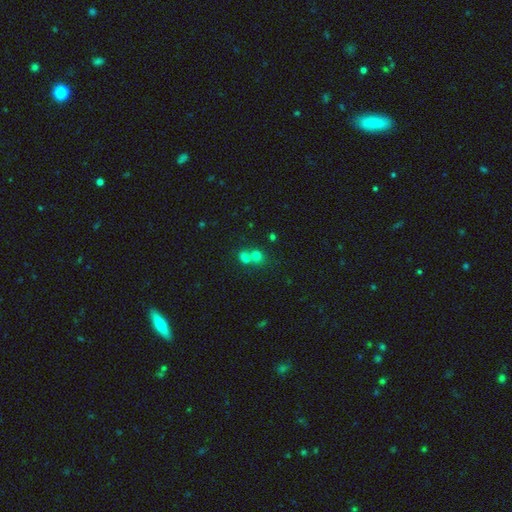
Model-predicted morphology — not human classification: type=smooth (71%); roundness=round (64%); merging=merger (55%).